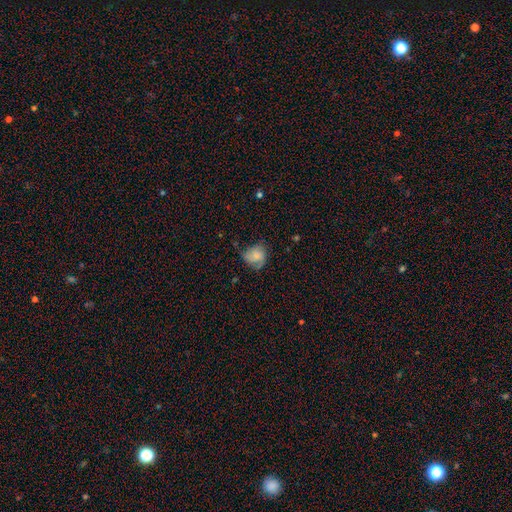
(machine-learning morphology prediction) The model was most divided on "merging": none: 47%, minor disturbance: 33%, major disturbance: 17%, merger: 2%. More confident: how rounded — round (69%); smooth or featured — smooth (59%).